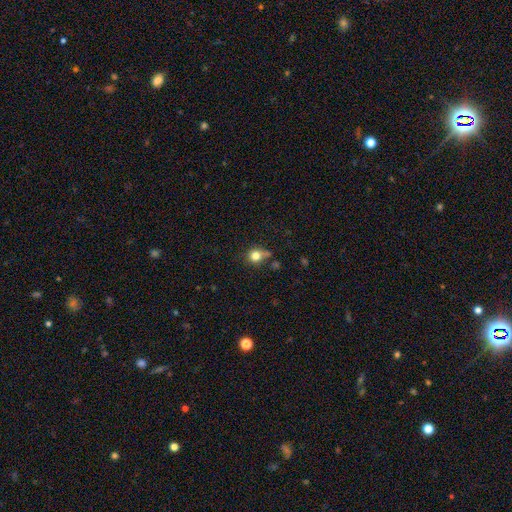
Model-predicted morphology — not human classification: This appears to be a smooth galaxy with no disk features (80%) that is round (83%). Merging: none (60%).